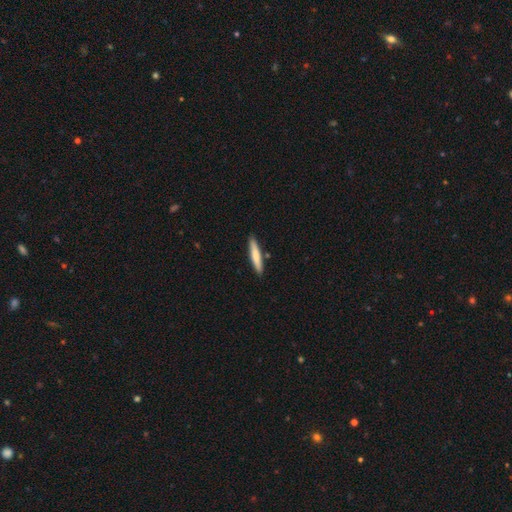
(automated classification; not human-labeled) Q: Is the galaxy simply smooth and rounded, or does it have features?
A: smooth — 73%.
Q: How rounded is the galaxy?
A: cigar-shaped — 91%.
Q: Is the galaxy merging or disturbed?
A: none — 87%.